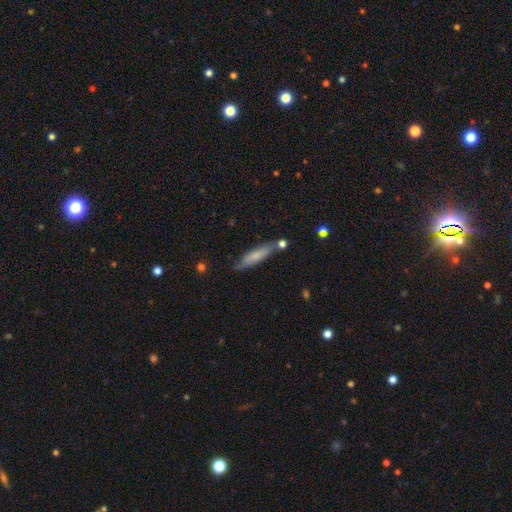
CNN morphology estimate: Q: Smooth or featured?
A: smooth (64%); runner-up: featured or disk (29%)
Q: How rounded?
A: cigar-shaped (78%); runner-up: in between (20%)
Q: Merging?
A: none (71%); runner-up: minor disturbance (18%)